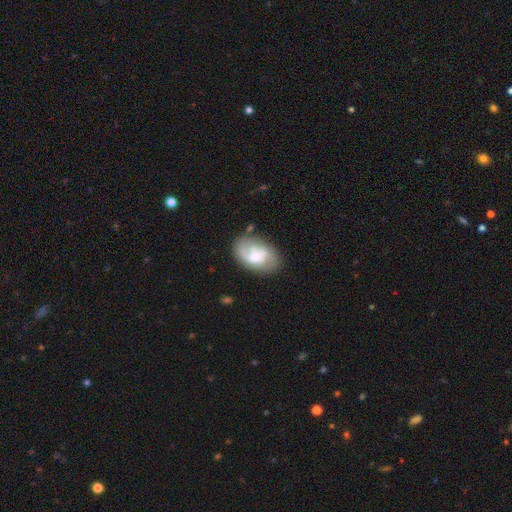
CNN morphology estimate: Smooth or featured? featured or disk (60%)
Edge-on disk? no (97%)
Bar? no (53%)
Spiral arms? yes (84%)
Bulge size? moderate (40%)
Merging? none (65%)